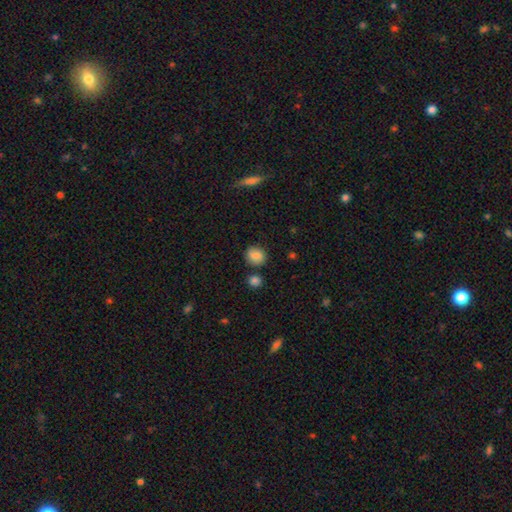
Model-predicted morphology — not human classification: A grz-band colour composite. It shows a smooth galaxy with no disk features (83%) that is round (78%). Merging: none (78%).